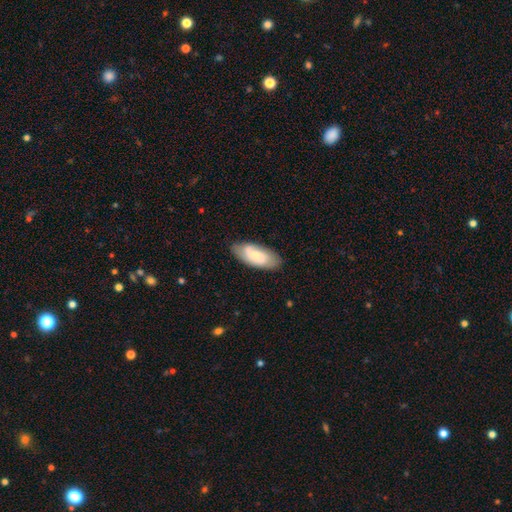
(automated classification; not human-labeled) The model was most divided on "smooth or featured": smooth: 52%, featured or disk: 42%, star or artifact: 6%. More confident: how rounded — in between (86%); merging — none (79%).